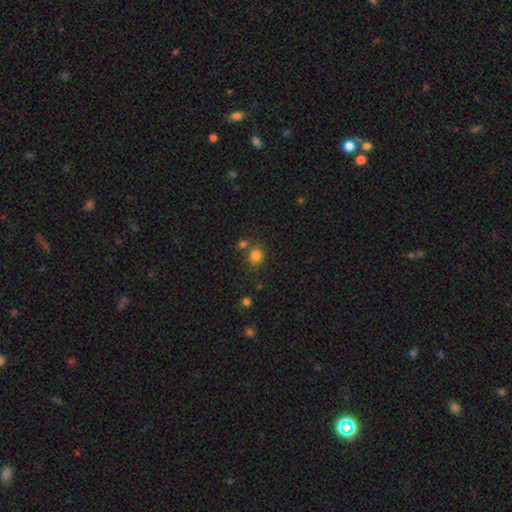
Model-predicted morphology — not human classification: A smooth galaxy with no disk features (80%) that is round (81%).

Vote fractions:
- Smooth or featured? smooth: 80% / star or artifact: 13% / featured or disk: 6%
- How rounded? round: 81% / in between: 18% / cigar-shaped: 1%
- Merging? none: 70% / merger: 16% / minor disturbance: 11% / major disturbance: 4%